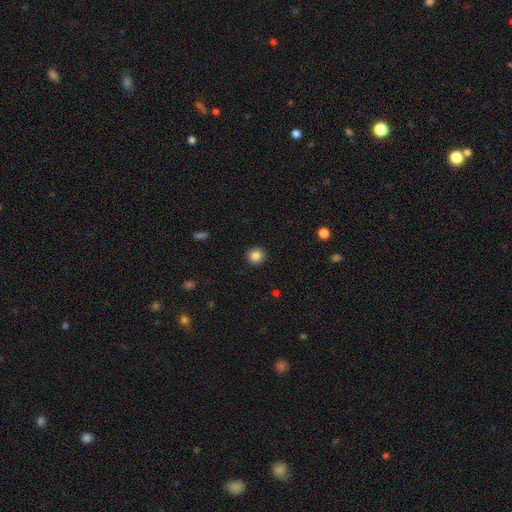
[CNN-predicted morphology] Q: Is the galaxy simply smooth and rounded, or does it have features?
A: smooth — 85%.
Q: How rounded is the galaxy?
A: round — 91%.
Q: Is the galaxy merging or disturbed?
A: none — 91%.